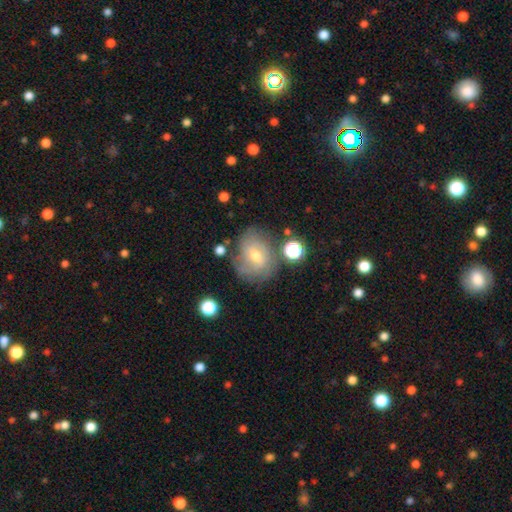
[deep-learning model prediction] Q: Smooth or featured?
A: featured or disk (51%); runner-up: smooth (37%)
Q: Edge-on disk?
A: no (95%); runner-up: yes (5%)
Q: Merging?
A: none (60%); runner-up: minor disturbance (23%)